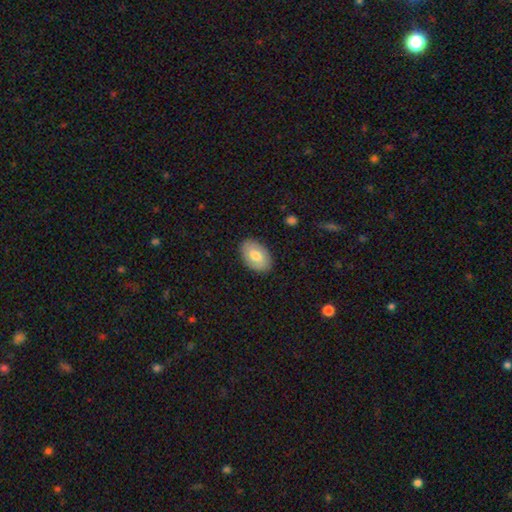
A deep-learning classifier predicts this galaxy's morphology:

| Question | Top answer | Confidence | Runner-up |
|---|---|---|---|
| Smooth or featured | smooth | 71% | featured or disk (23%) |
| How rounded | in between | 91% | round (7%) |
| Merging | none | 86% | minor disturbance (11%) |